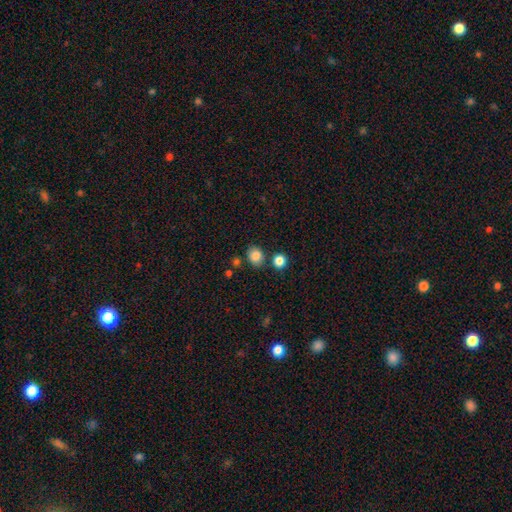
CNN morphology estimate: Smooth or featured: smooth — 84% (star or artifact — 11%)
How rounded: round — 66% (in between — 33%)
Merging: none — 77% (minor disturbance — 11%)